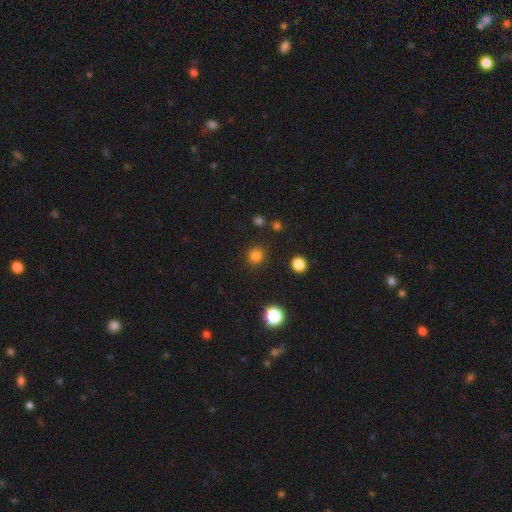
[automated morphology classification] This is clearly a smooth galaxy (81%). How rounded: clearly round (91%). Merging: clearly none (89%).